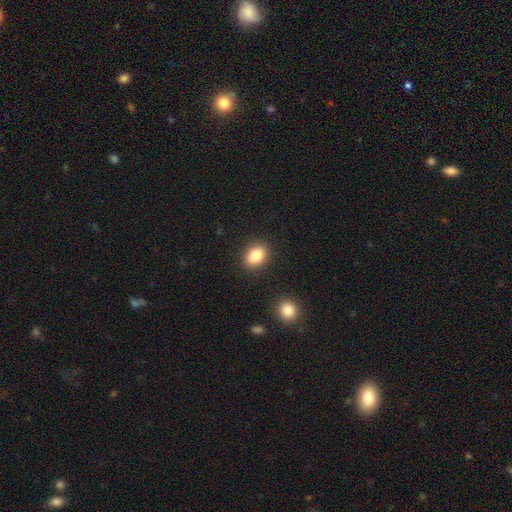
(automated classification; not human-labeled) The model was most divided on "how rounded": in between: 73%, round: 26%, cigar-shaped: 1%. More confident: merging — none (88%); smooth or featured — smooth (85%).